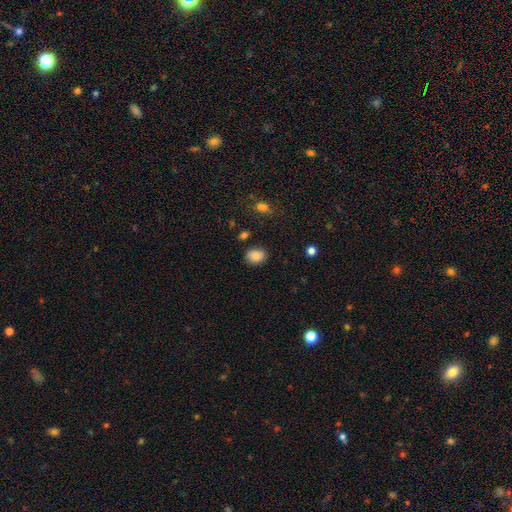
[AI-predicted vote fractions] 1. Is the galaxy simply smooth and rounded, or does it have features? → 86% smooth, 9% star or artifact, 4% featured or disk.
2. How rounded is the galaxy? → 54% in between, 45% round, 1% cigar-shaped.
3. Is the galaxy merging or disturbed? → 81% none, 13% minor disturbance, 3% major disturbance, 2% merger.